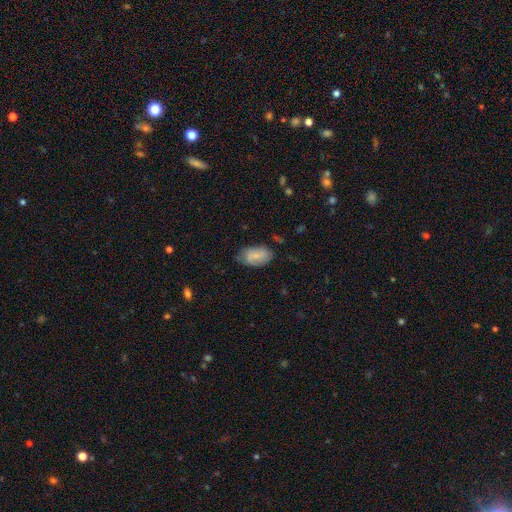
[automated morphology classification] A smooth galaxy with no disk features (72%) that is in between round and cigar-shaped (93%).

Vote fractions:
- Smooth or featured? smooth: 72% / featured or disk: 21% / star or artifact: 7%
- How rounded? in between: 93% / round: 5% / cigar-shaped: 2%
- Merging? none: 71% / minor disturbance: 23% / major disturbance: 5% / merger: 2%